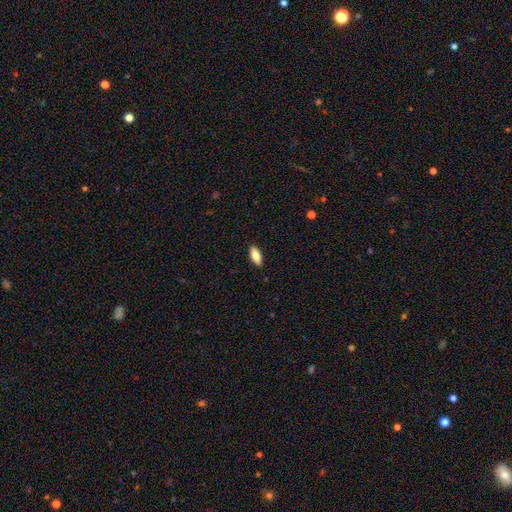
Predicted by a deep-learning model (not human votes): smooth 80%, featured or disk 13%, star or artifact 6%. Down the decision tree: how rounded — in between (82%); merging — none (89%).